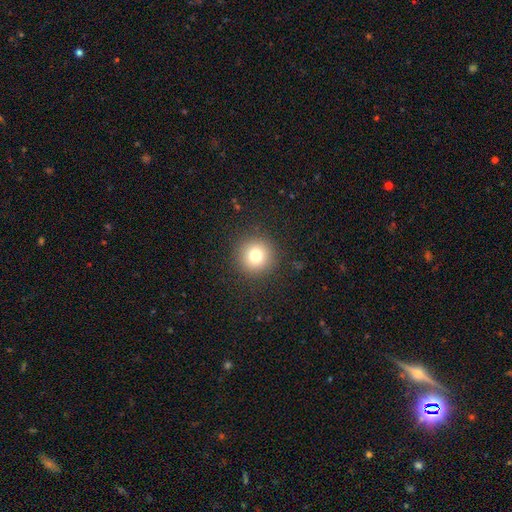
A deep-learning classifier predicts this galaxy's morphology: smooth 78%, star or artifact 13%, featured or disk 9%. Down the decision tree: how rounded — round (95%); merging — none (91%).